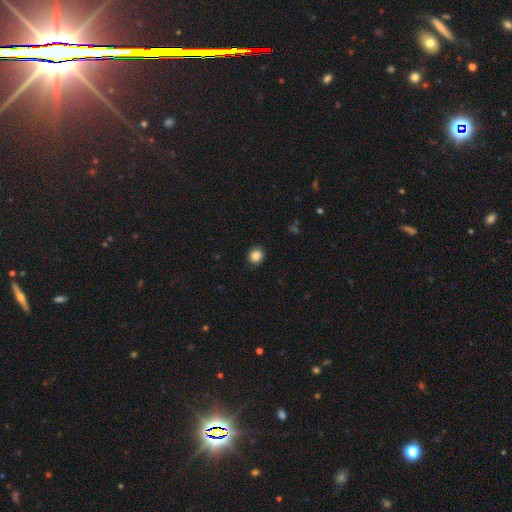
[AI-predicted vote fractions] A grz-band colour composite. It shows a smooth galaxy with no disk features (86%) that is round (83%). Merging: none (91%).